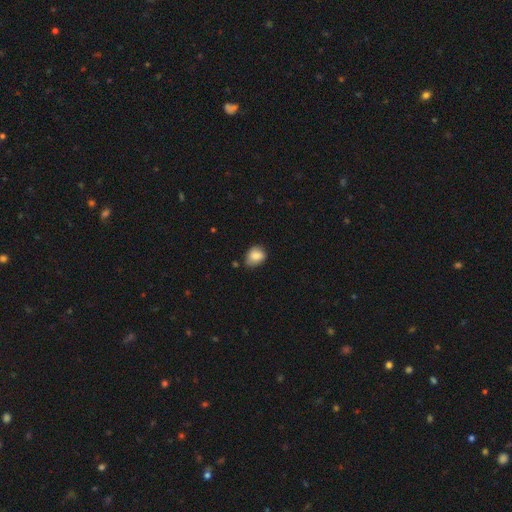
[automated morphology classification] The model was most divided on "how rounded": in between: 53%, round: 46%, cigar-shaped: 1%. More confident: smooth or featured — smooth (81%); merging — none (56%).